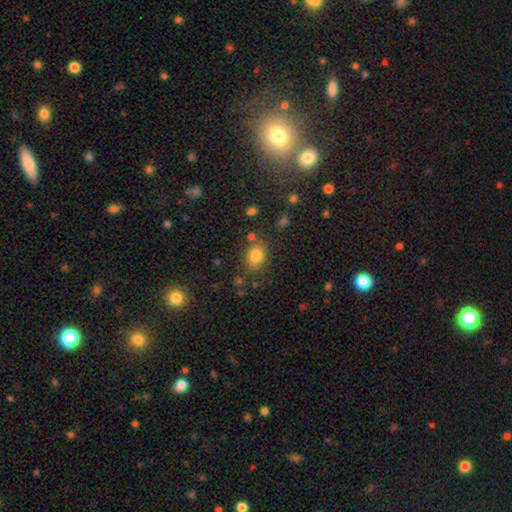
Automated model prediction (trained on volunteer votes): A smooth galaxy with no disk features (81%) that is in between round and cigar-shaped (58%). Merging: none (74%).